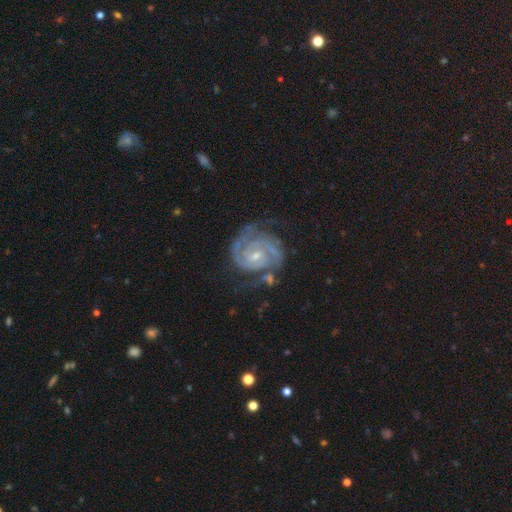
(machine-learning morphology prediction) Smooth or featured: featured or disk — 91% (star or artifact — 5%)
Edge-on disk: no — 98% (yes — 2%)
Bar: weak — 44% (tied with no — 44%)
Spiral arms: yes — 98% (no — 2%)
Spiral winding: tight — 70% (medium — 26%)
Spiral arm count: 2 — 66% (3 — 17%)
Bulge size: small — 63% (moderate — 33%)
Merging: none — 65% (minor disturbance — 20%)